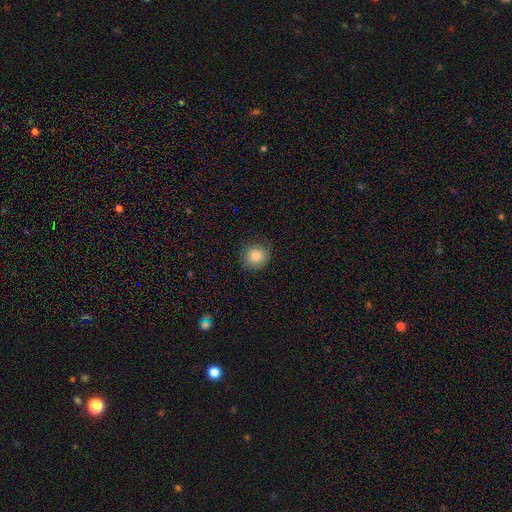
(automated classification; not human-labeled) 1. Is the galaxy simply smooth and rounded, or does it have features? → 83% smooth, 9% star or artifact, 8% featured or disk.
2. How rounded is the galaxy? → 89% round, 10% in between, 1% cigar-shaped.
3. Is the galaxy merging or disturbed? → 82% none, 13% minor disturbance, 3% major disturbance, 1% merger.